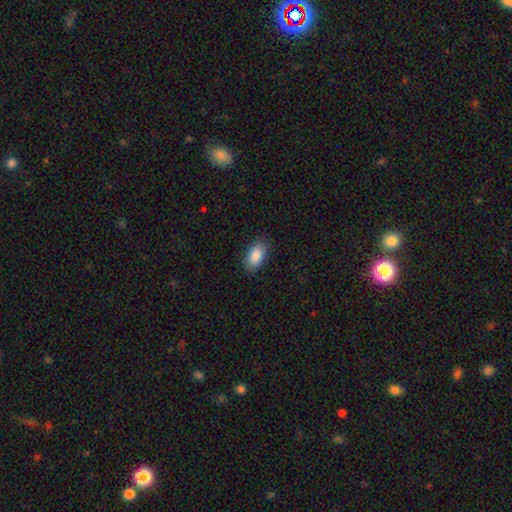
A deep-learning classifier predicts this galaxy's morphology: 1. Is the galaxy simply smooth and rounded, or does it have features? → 87% smooth, 7% star or artifact, 6% featured or disk.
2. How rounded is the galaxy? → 92% in between, 4% round, 4% cigar-shaped.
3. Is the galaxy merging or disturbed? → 87% none, 10% minor disturbance, 2% major disturbance, 1% merger.